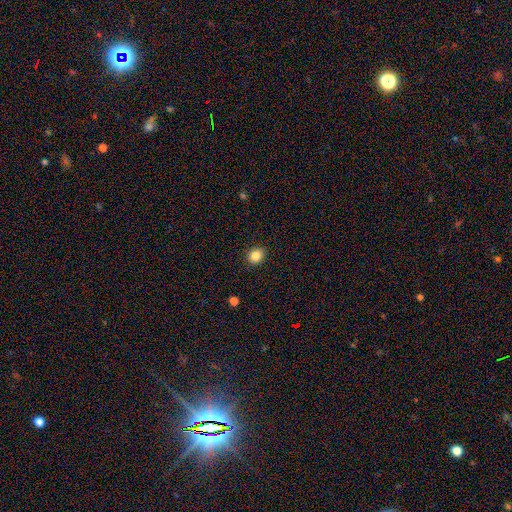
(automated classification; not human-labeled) Q: Smooth or featured?
A: smooth (85%); runner-up: star or artifact (10%)
Q: How rounded?
A: round (66%); runner-up: in between (33%)
Q: Merging?
A: none (89%); runner-up: minor disturbance (8%)